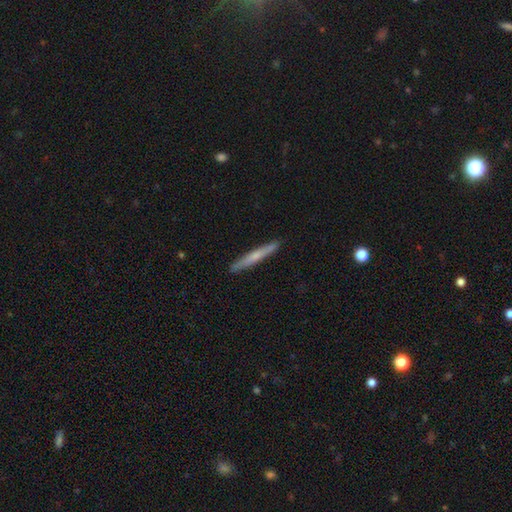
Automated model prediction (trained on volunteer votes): Q: Smooth or featured?
A: smooth (50%); runner-up: featured or disk (45%)
Q: Merging?
A: none (91%); runner-up: minor disturbance (7%)